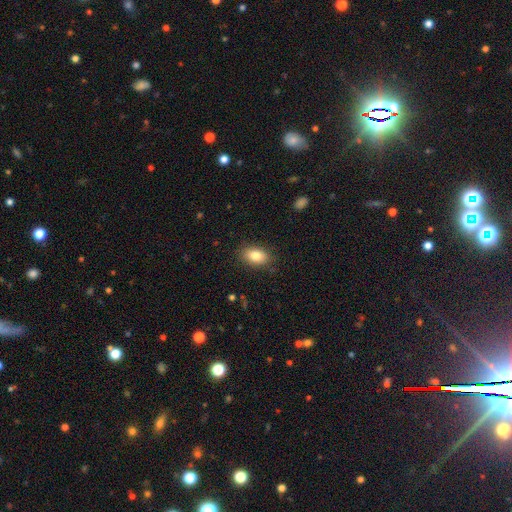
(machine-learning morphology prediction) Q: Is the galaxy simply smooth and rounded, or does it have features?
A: smooth — 83%.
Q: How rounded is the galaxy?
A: in between — 87%.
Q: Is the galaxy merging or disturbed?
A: none — 85%.